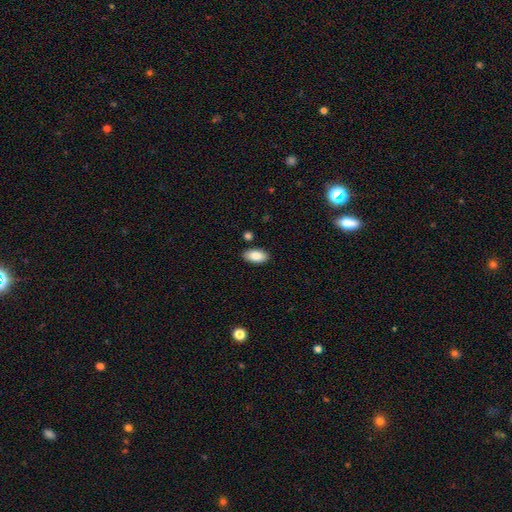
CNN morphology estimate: Overall: smooth (86%). How rounded: in between (94%). Merging: none (86%).